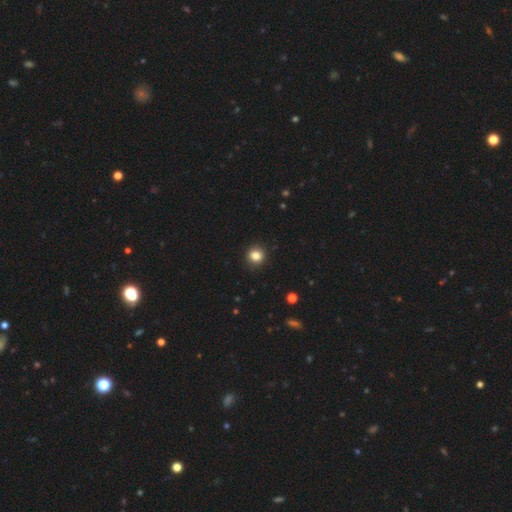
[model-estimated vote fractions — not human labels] Smooth or featured?
  - smooth: 84% *
  - star or artifact: 12%
  - featured or disk: 5%
How rounded?
  - round: 87% *
  - in between: 12%
  - cigar-shaped: 1%
Merging?
  - none: 90% *
  - minor disturbance: 7%
  - major disturbance: 2%
  - merger: 1%